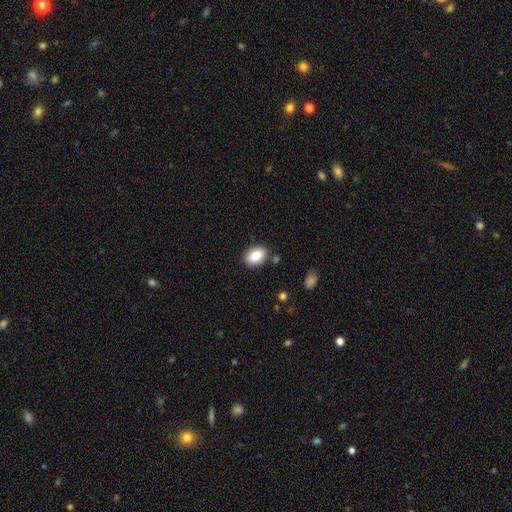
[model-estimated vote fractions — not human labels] The model was most divided on "how rounded": in between: 76%, round: 23%, cigar-shaped: 1%. More confident: smooth or featured — smooth (85%); merging — none (83%).